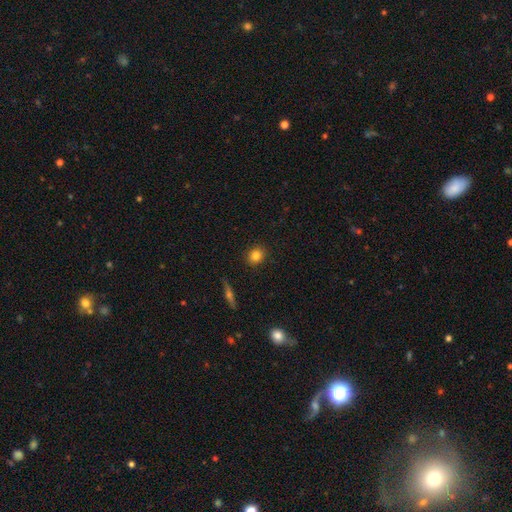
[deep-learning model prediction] Smooth or featured? smooth (83%)
How rounded? round (74%)
Merging? none (90%)